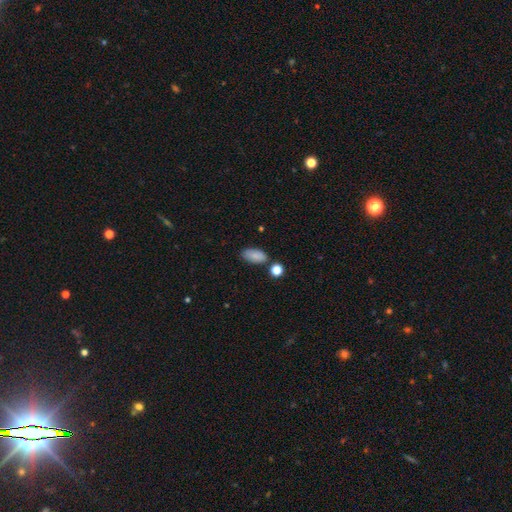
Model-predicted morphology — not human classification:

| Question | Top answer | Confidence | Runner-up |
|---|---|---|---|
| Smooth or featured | smooth | 86% | star or artifact (8%) |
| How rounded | in between | 91% | round (4%) |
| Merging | none | 75% | minor disturbance (15%) |